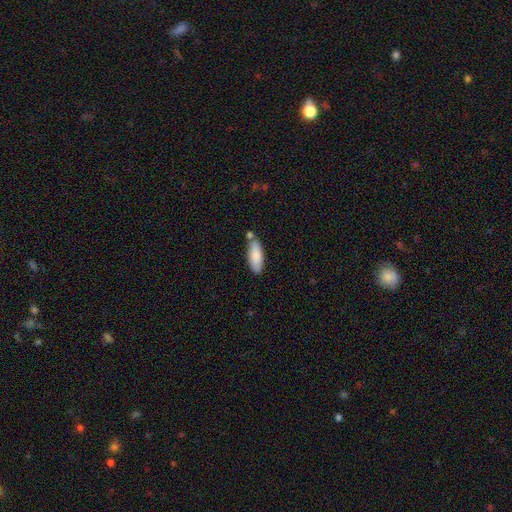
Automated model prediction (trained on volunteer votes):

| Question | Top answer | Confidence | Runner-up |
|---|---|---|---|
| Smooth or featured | smooth | 85% | featured or disk (10%) |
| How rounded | in between | 67% | cigar-shaped (32%) |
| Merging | none | 64% | minor disturbance (18%) |